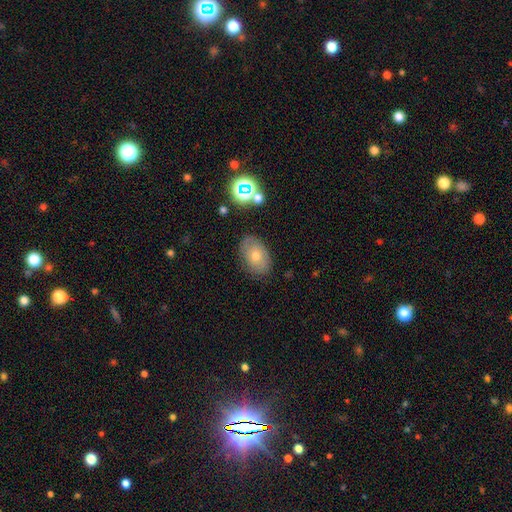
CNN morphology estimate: Overall: smooth (58%; featured or disk 28%). How rounded: in between (84%). Merging: none (81%).